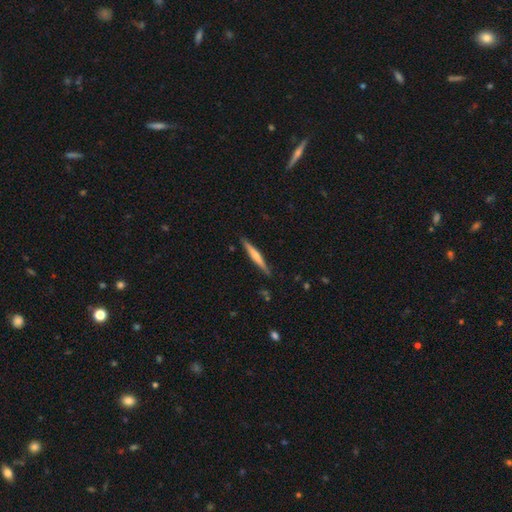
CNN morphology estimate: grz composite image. It shows a featured or disk galaxy (49%). Merging: none (87%).